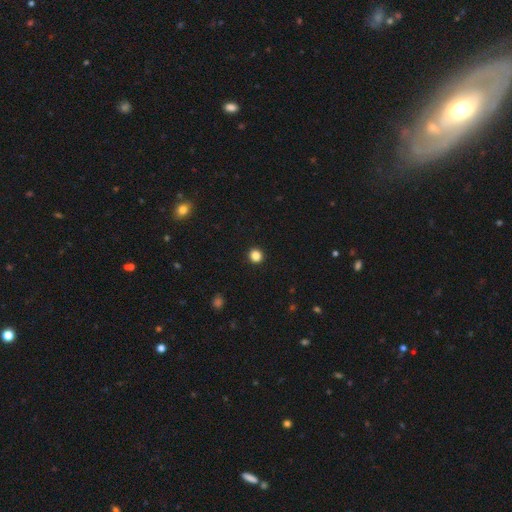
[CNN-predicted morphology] smooth-or-featured: smooth: 84% | star or artifact: 12% | featured or disk: 4%
  how-rounded: round: 93% | in between: 6% | cigar-shaped: 1%
  merging: none: 93% | minor disturbance: 4% | major disturbance: 1% | merger: 1%